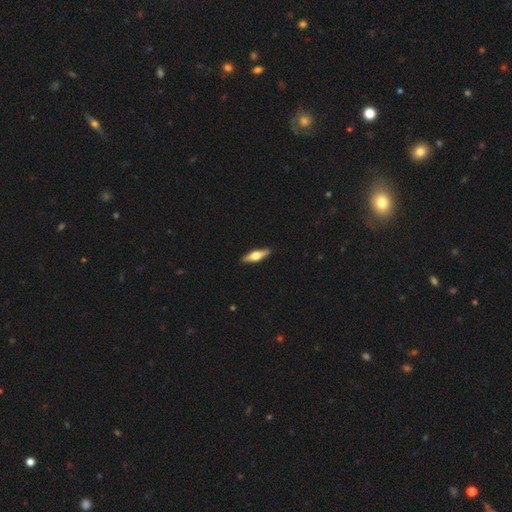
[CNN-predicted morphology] Smooth or featured: featured or disk — 58% (smooth — 37%)
Edge-on disk: yes — 94% (no — 6%)
Edge-on bulge: rounded — 94% (boxy — 4%)
Merging: none — 90% (minor disturbance — 7%)